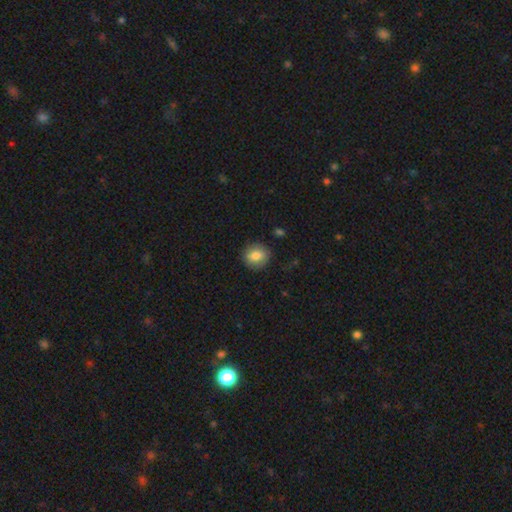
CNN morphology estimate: Smooth or featured: smooth — 81% (featured or disk — 11%)
How rounded: round — 78% (in between — 21%)
Merging: none — 86% (minor disturbance — 10%)